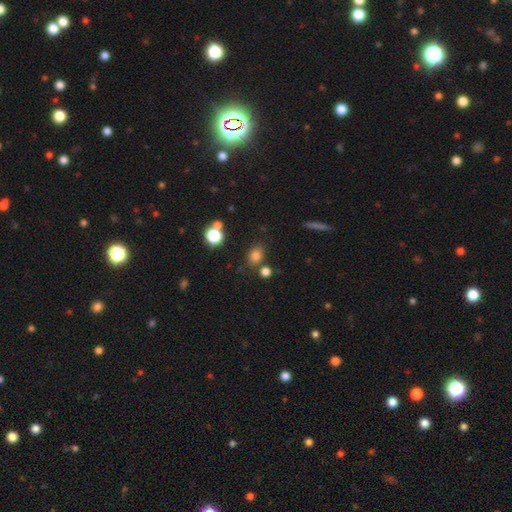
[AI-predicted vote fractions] Smooth or featured?
  - smooth: 78% *
  - star or artifact: 16%
  - featured or disk: 6%
How rounded?
  - in between: 51% *
  - round: 47%
  - cigar-shaped: 1%
Merging?
  - none: 73% *
  - minor disturbance: 12%
  - merger: 11%
  - major disturbance: 4%